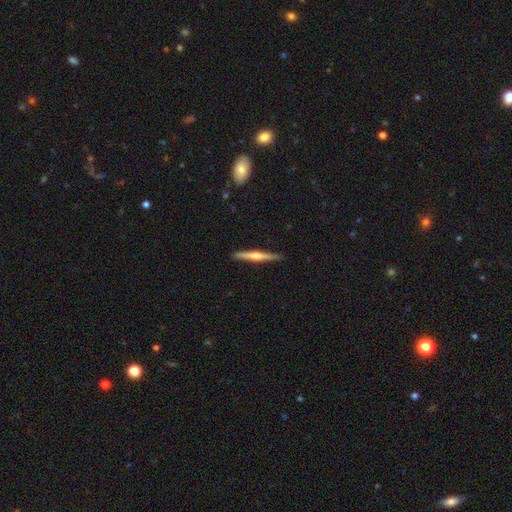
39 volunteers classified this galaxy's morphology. smooth-or-featured: featured or disk: 79% | smooth: 18% | star or artifact: 3%
  disk-edge-on: yes: 94% | no: 6%
    edge-on-bulge: rounded: 90% | boxy: 7% | none: 3%
  merging: none: 100% | minor disturbance: 0% | major disturbance: 0% | merger: 0%